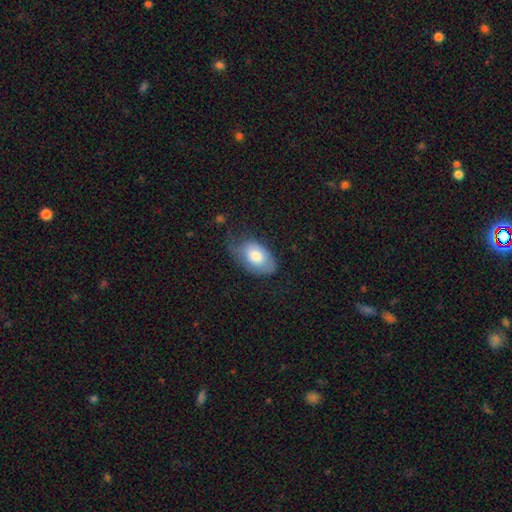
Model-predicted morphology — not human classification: type=smooth (72%); roundness=in between (92%); merging=none (43%).